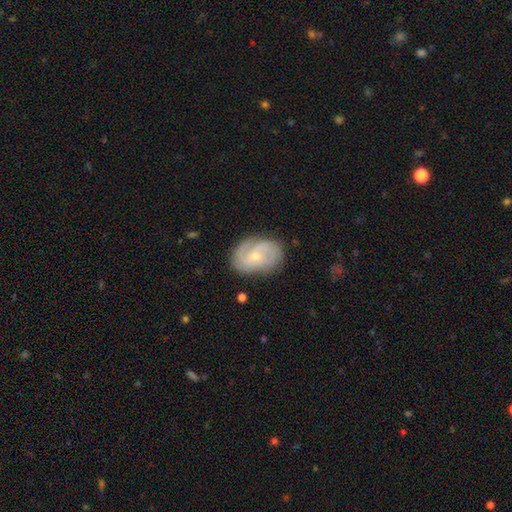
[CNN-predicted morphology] This appears to be a featured or disk galaxy (74%) with no bar (64%), 2 (48%) tight (44%) spiral arms (91%) and a small central bulge (63%). Merging: none (75%).